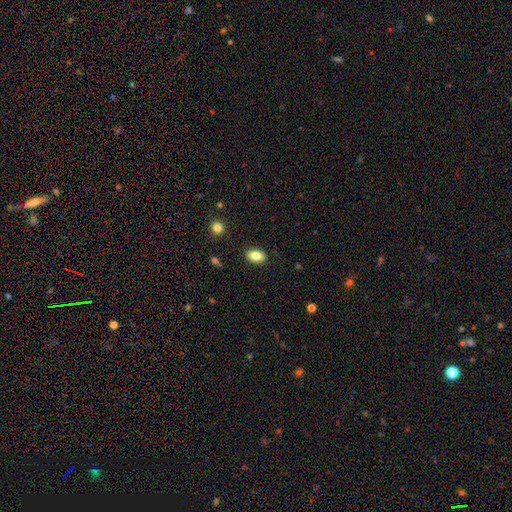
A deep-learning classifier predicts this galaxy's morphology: smooth 81%, featured or disk 10%, star or artifact 8%. Down the decision tree: how rounded — in between (88%); merging — none (89%).